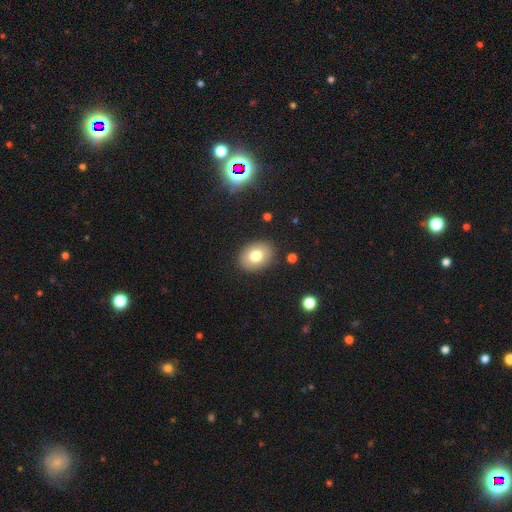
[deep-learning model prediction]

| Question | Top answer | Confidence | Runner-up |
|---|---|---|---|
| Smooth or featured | smooth | 77% | featured or disk (14%) |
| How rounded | in between | 67% | round (32%) |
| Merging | none | 88% | minor disturbance (8%) |